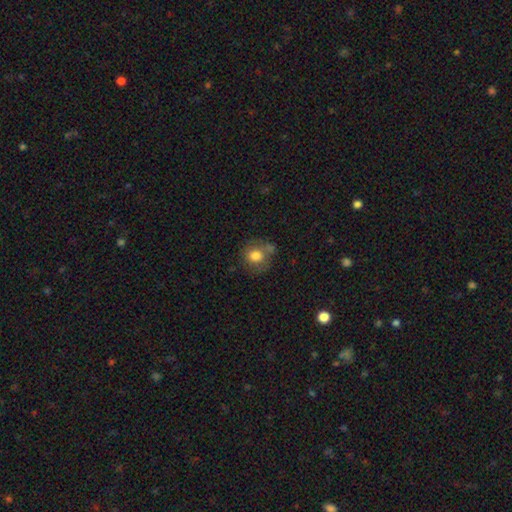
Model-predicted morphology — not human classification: This is likely a smooth galaxy (77%). How rounded: likely round (77%). Merging: possibly none (54%).